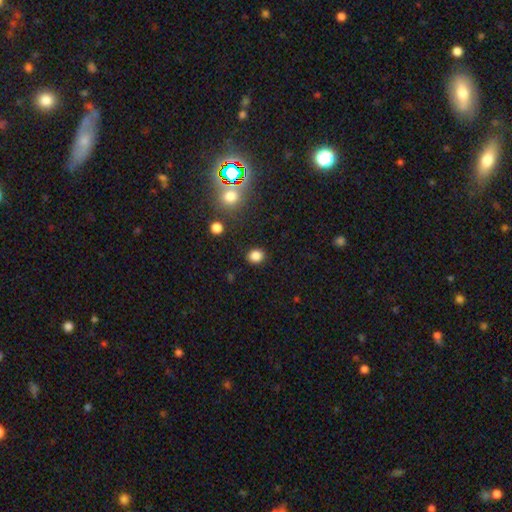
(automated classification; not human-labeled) Smooth or featured? Predicted: smooth (p=0.83). How rounded? Predicted: round (p=0.65). Merging? Predicted: none (p=0.88).